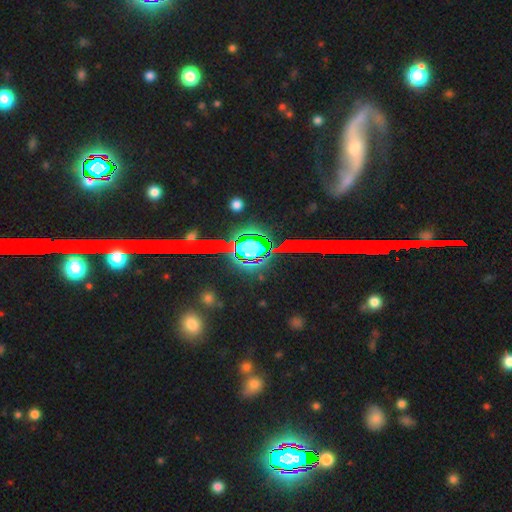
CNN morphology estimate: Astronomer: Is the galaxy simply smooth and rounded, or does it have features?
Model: featured or disk — 46% (runner-up: star or artifact, 39%).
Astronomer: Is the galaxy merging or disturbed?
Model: none — 66%.